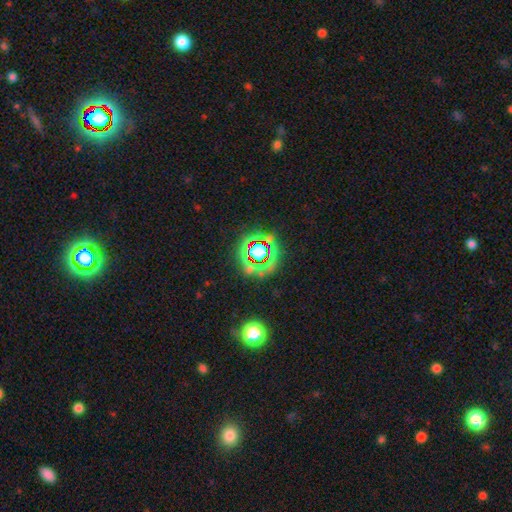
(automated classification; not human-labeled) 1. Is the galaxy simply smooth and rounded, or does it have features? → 77% star or artifact, 14% smooth, 9% featured or disk.